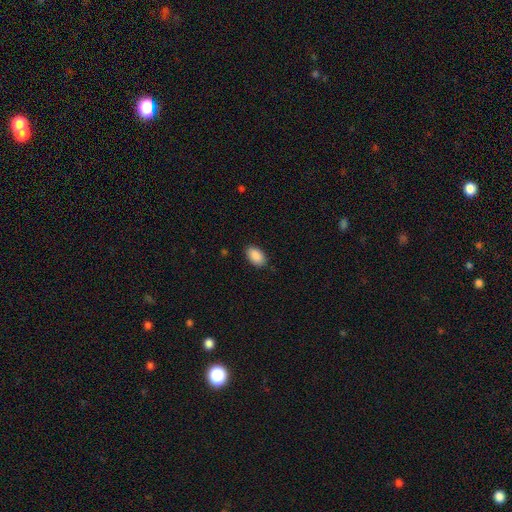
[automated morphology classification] smooth-or-featured: smooth: 90% | star or artifact: 7% | featured or disk: 3%
  how-rounded: in between: 93% | round: 5% | cigar-shaped: 1%
  merging: none: 86% | minor disturbance: 11% | major disturbance: 2% | merger: 1%